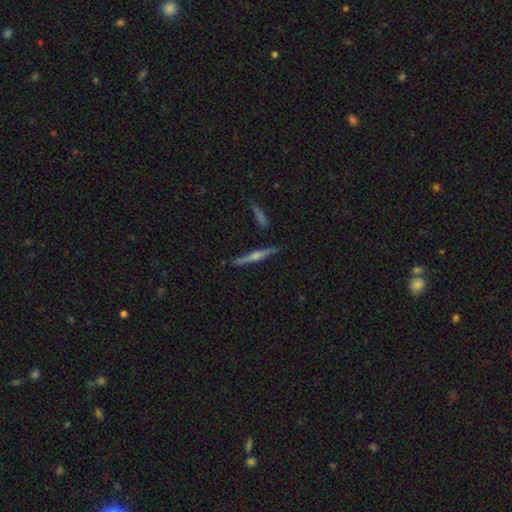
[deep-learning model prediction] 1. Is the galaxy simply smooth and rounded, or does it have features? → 69% featured or disk, 24% smooth, 7% star or artifact.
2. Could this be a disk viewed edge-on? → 98% yes, 2% no.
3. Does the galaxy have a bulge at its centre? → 77% rounded, 12% none, 10% boxy.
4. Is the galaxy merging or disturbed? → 87% none, 9% minor disturbance, 3% merger, 2% major disturbance.